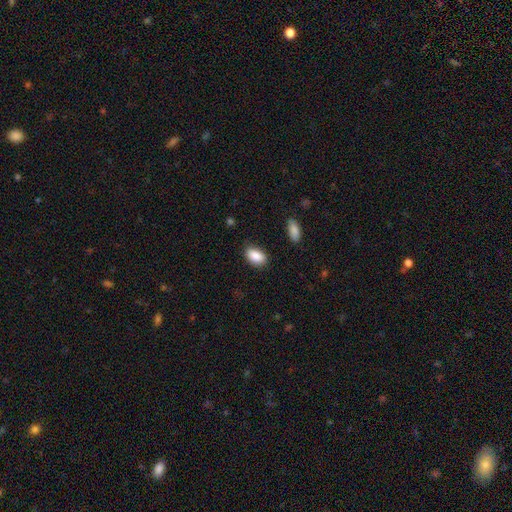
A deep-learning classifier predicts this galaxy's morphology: smooth_or_featured: smooth (p=0.89) [alt: star or artifact p=0.07]
how_rounded: in between (p=0.92) [alt: round p=0.06]
merging: none (p=0.82) [alt: minor disturbance p=0.13]